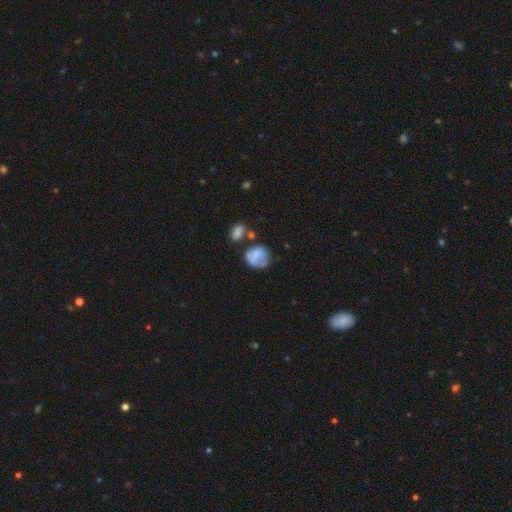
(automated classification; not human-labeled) Smooth or featured? smooth (64%)
How rounded? round (71%)
Merging? none (43%)